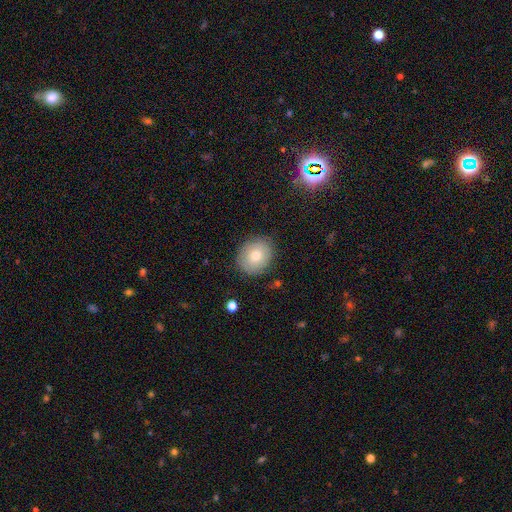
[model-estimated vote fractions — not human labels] This appears to be a smooth galaxy with no disk features (74%) that is round (61%). Merging: none (85%).